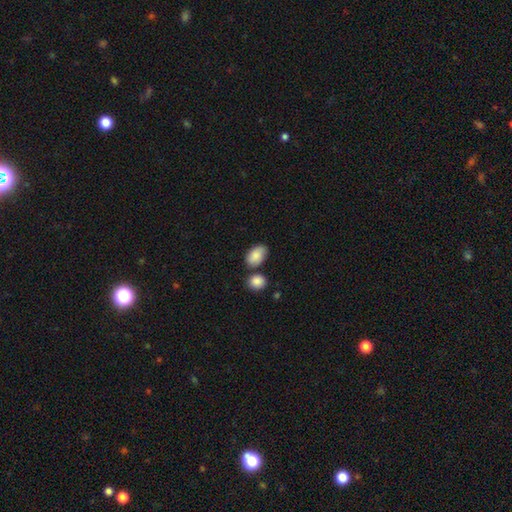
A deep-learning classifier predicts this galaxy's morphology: type=smooth (87%); roundness=in between (89%); merging=none (65%).